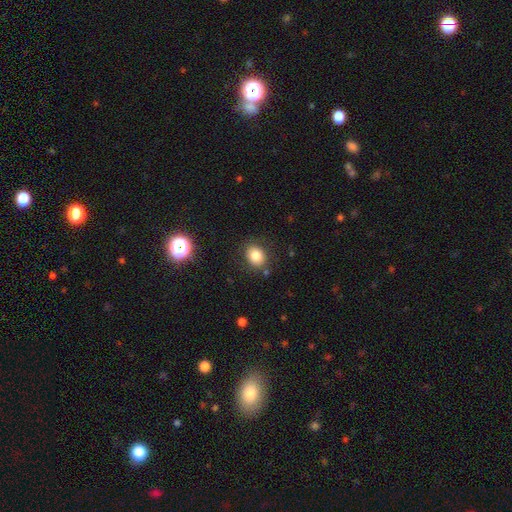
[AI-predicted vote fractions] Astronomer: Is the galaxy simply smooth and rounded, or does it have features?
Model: smooth — 81%.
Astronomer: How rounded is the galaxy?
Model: round — 57% (runner-up: in between, 42%).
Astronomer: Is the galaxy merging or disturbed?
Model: none — 83%.